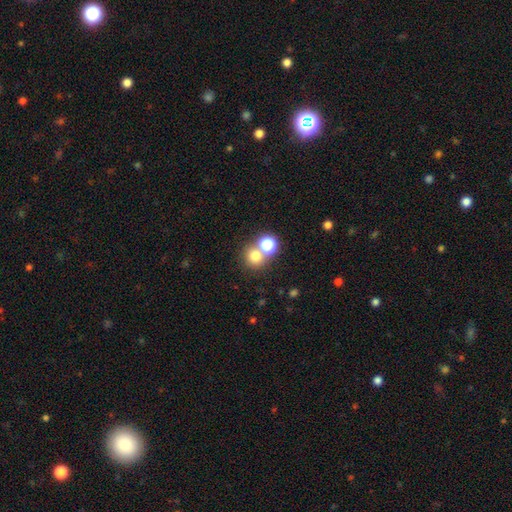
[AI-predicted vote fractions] This is likely a smooth galaxy (72%). How rounded: clearly round (87%). Merging: possibly none (58%).